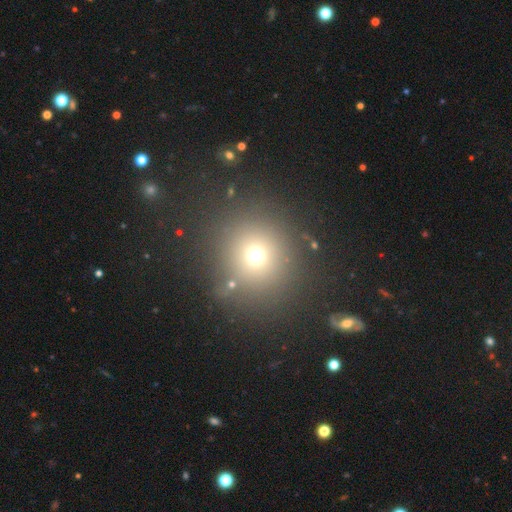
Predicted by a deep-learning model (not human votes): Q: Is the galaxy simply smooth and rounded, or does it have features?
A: smooth — 66%.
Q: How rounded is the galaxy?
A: round — 93%.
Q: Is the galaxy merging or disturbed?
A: none — 82%.